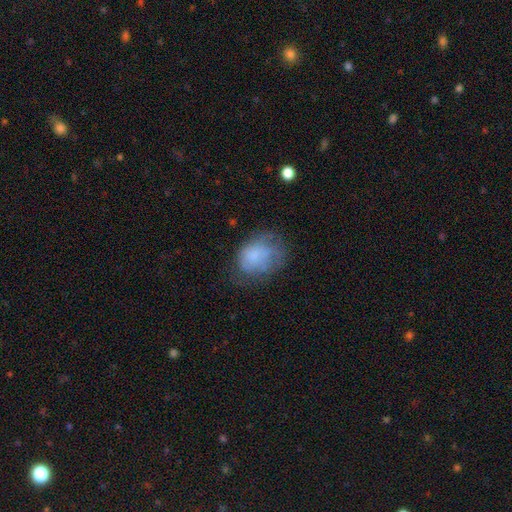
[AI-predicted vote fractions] Smooth or featured?
  - smooth: 63% *
  - featured or disk: 27%
  - star or artifact: 10%
How rounded?
  - in between: 62% *
  - round: 37%
  - cigar-shaped: 1%
Merging?
  - none: 46% *
  - minor disturbance: 29%
  - major disturbance: 22%
  - merger: 2%